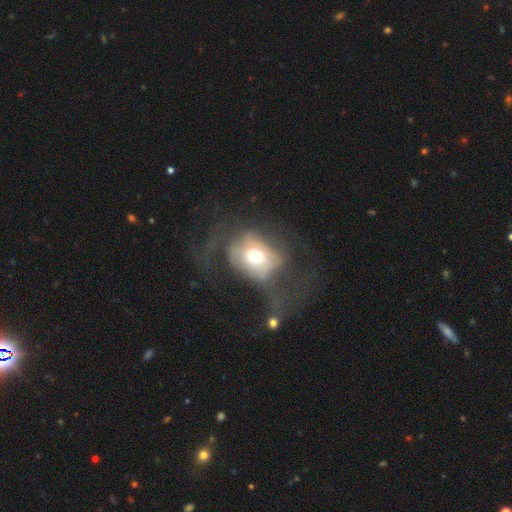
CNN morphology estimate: smooth-or-featured: smooth: 52% | featured or disk: 39% | star or artifact: 9%
  how-rounded: in between: 53% | round: 45% | cigar-shaped: 1%
  merging: major disturbance: 53% | none: 26% | minor disturbance: 17% | merger: 4%